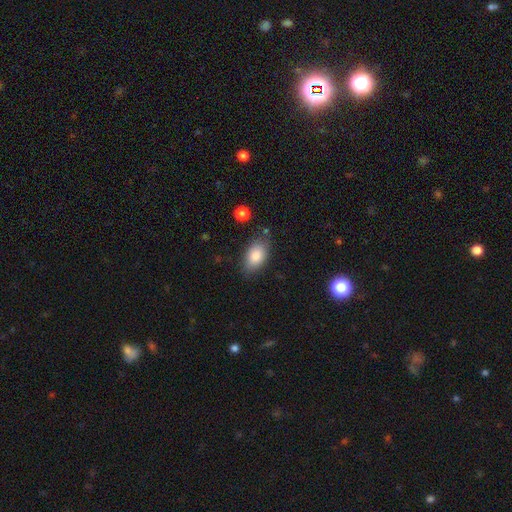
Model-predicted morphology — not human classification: A smooth galaxy with no disk features (84%) that is in between round and cigar-shaped (91%). Merging: none (77%).